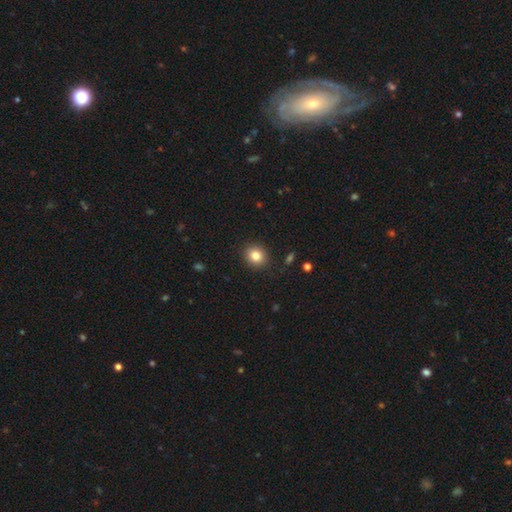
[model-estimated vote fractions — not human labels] Smooth or featured? Predicted: smooth (p=0.83). How rounded? Predicted: round (p=0.75). Merging? Predicted: none (p=0.90).